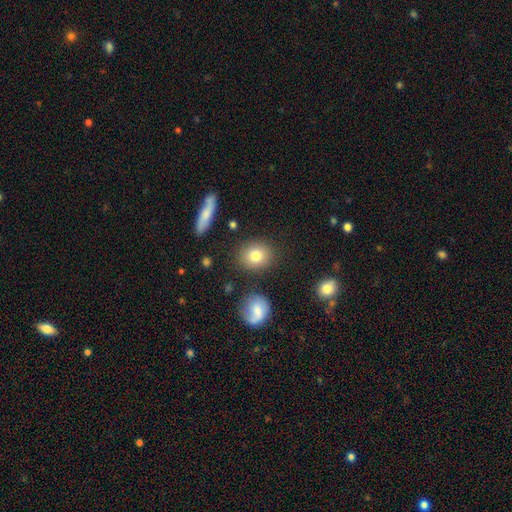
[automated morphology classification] Smooth or featured?
  - smooth: 80% *
  - featured or disk: 10%
  - star or artifact: 10%
How rounded?
  - round: 71% *
  - in between: 27%
  - cigar-shaped: 1%
Merging?
  - none: 85% *
  - minor disturbance: 9%
  - merger: 4%
  - major disturbance: 3%